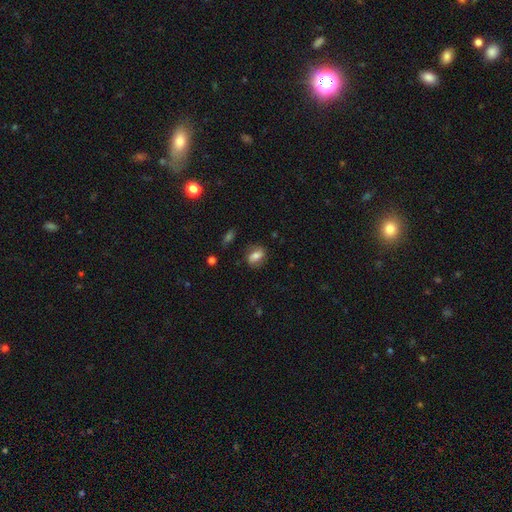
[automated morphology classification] smooth_or_featured: smooth (p=0.65) [alt: featured or disk p=0.26]
how_rounded: in between (p=0.74) [alt: round p=0.21]
merging: none (p=0.74) [alt: minor disturbance p=0.17]